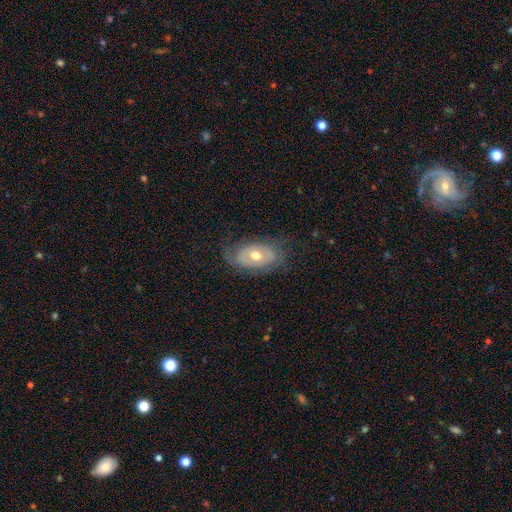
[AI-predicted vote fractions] smooth-or-featured: featured or disk: 59% | smooth: 34% | star or artifact: 7%
  disk-edge-on: no: 91% | yes: 9%
    bar: no: 80% | weak: 15% | strong: 5%
    has-spiral-arms: no: 52% | yes: 48%
    bulge-size: moderate: 74% | small: 19% | large: 5% | dominant: 1% | none: 1%
  merging: none: 66% | minor disturbance: 22% | major disturbance: 11% | merger: 1%